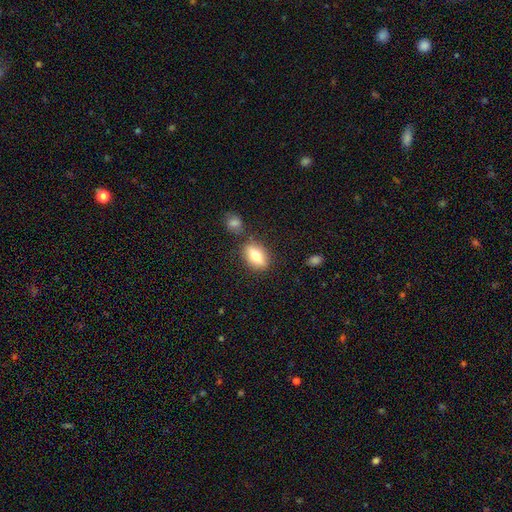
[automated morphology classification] A smooth galaxy with no disk features (69%) that is in between round and cigar-shaped (81%).

Vote fractions:
- Smooth or featured? smooth: 69% / featured or disk: 24% / star or artifact: 8%
- How rounded? in between: 81% / cigar-shaped: 10% / round: 9%
- Merging? none: 76% / minor disturbance: 13% / merger: 8% / major disturbance: 4%